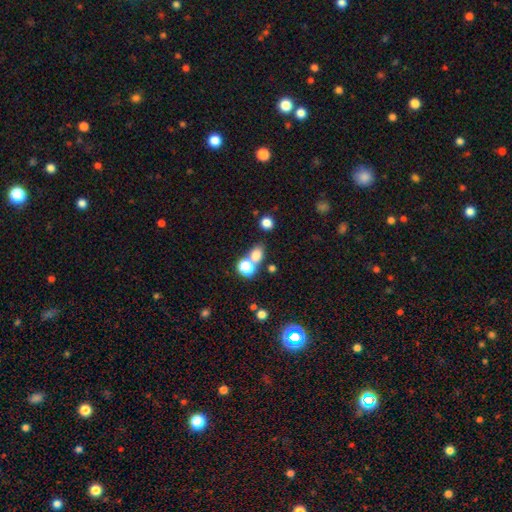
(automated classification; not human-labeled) Smooth or featured: smooth — 73% (star or artifact — 18%)
How rounded: in between — 49% (tied with round — 49%)
Merging: none — 52% (merger — 35%)